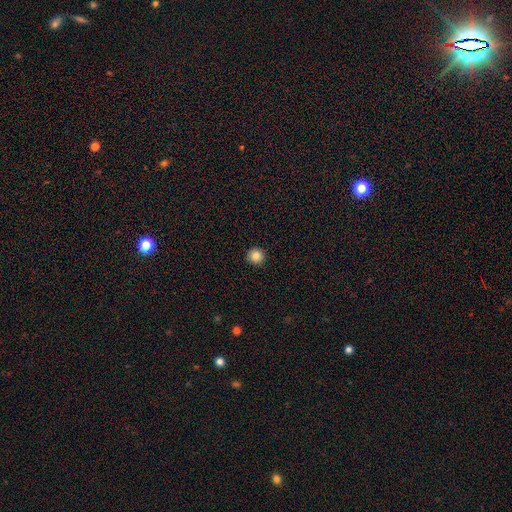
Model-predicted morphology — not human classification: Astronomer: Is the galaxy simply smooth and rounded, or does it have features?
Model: smooth — 83%.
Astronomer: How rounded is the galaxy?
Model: round — 96%.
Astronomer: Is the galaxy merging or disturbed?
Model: none — 93%.